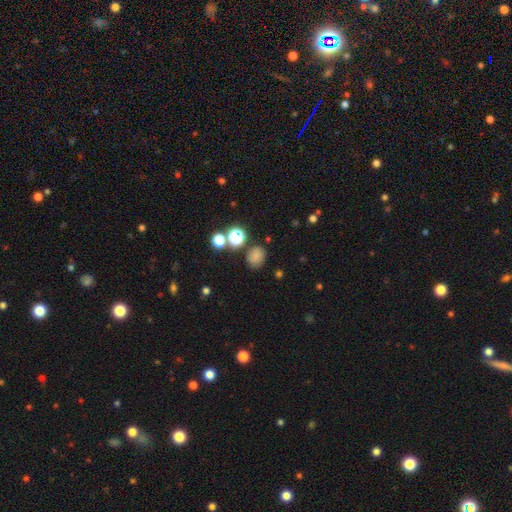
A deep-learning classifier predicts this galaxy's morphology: smooth_or_featured: smooth (p=0.73) [alt: star or artifact p=0.21]
how_rounded: round (p=0.59) [alt: in between p=0.40]
merging: none (p=0.74) [alt: minor disturbance p=0.14]